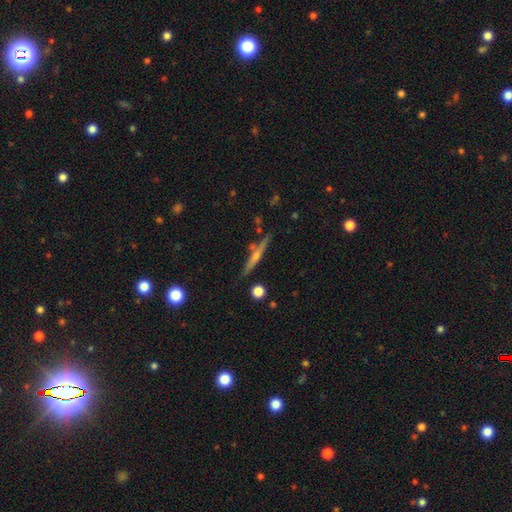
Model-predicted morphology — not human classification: type=featured or disk (64%); edge-on=yes (97%); edge-on bulge=rounded (64%); merging=none (82%).